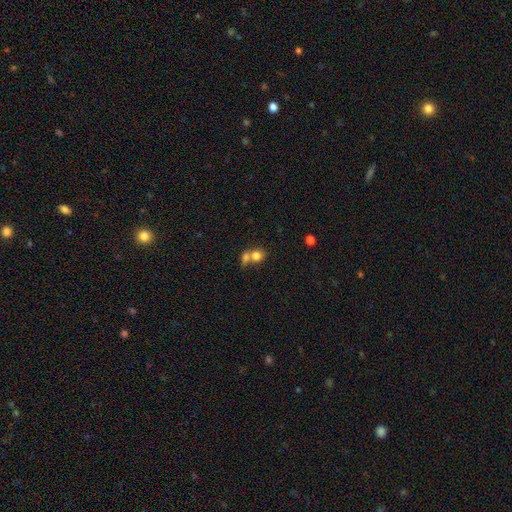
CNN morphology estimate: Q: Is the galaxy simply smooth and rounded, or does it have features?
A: smooth — 78%.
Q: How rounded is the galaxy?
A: round — 67%.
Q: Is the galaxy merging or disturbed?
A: merger — 61%.